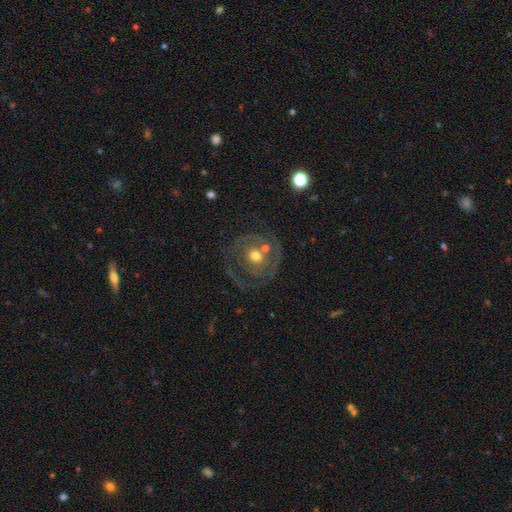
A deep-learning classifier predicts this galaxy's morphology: Smooth or featured: featured or disk — 69% (smooth — 23%)
Edge-on disk: no — 97% (yes — 3%)
Bar: no — 80% (weak — 16%)
Spiral arms: yes — 63% (no — 37%)
Bulge size: moderate — 70% (small — 21%)
Merging: none — 58% (minor disturbance — 17%)